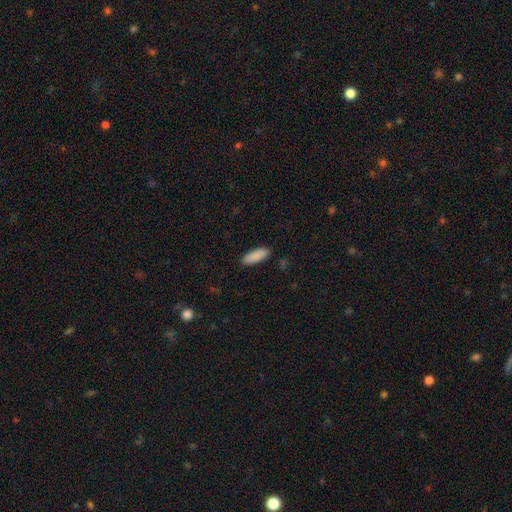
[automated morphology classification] This appears to be a smooth galaxy with no disk features (90%) that is in between round and cigar-shaped (68%). Merging: none (89%).